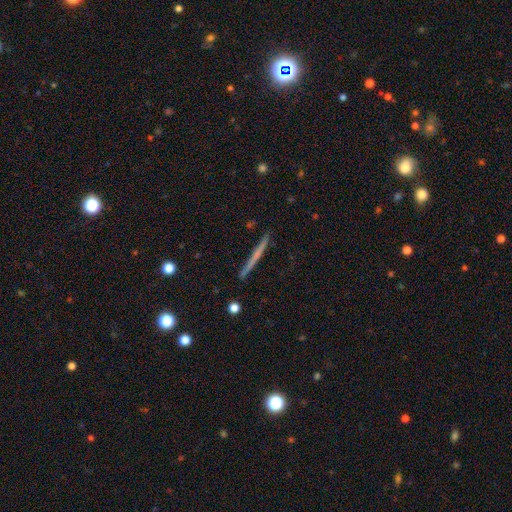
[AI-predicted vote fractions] This appears to be a featured or disk galaxy (57%) viewed edge-on (98%) with no central bulge (75%). Merging: none (91%).